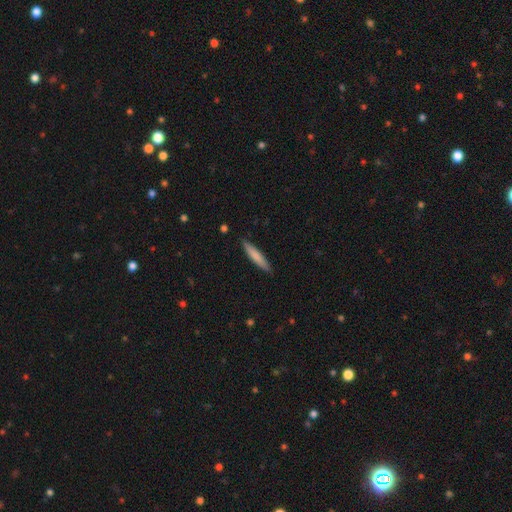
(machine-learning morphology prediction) smooth_or_featured: smooth (p=0.77) [alt: featured or disk p=0.18]
how_rounded: cigar-shaped (p=0.90) [alt: in between p=0.09]
merging: none (p=0.89) [alt: minor disturbance p=0.09]